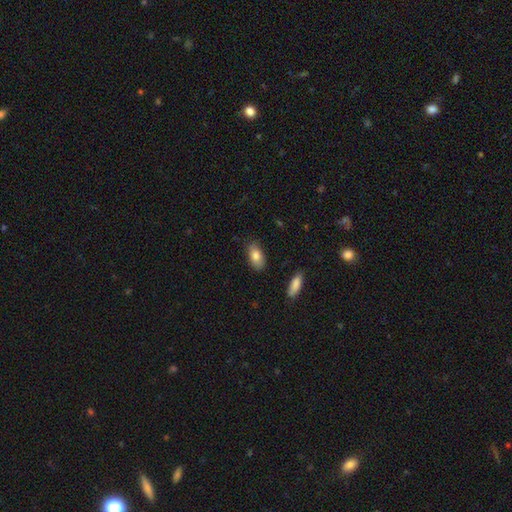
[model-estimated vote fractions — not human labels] This appears to be a smooth galaxy with no disk features (83%) that is in between round and cigar-shaped (91%). Merging: none (81%).